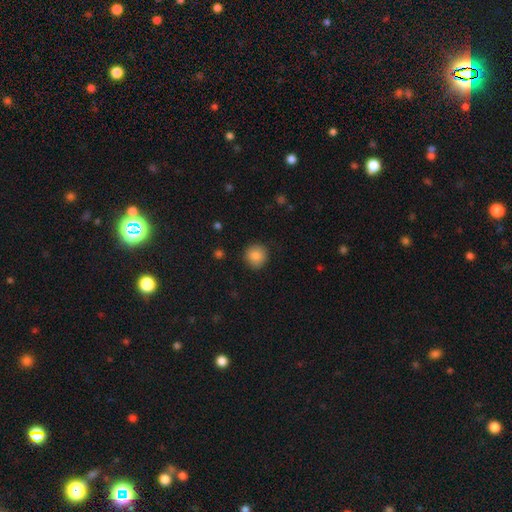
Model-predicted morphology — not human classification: Smooth or featured?
  - smooth: 86% *
  - star or artifact: 9%
  - featured or disk: 5%
How rounded?
  - round: 91% *
  - in between: 8%
  - cigar-shaped: 1%
Merging?
  - none: 88% *
  - minor disturbance: 9%
  - major disturbance: 2%
  - merger: 1%